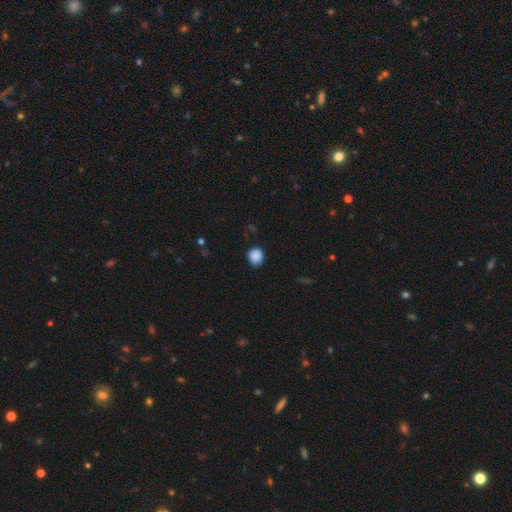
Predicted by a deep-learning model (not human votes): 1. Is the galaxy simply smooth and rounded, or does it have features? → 88% smooth, 9% star or artifact, 3% featured or disk.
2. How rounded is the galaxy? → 77% round, 22% in between, 1% cigar-shaped.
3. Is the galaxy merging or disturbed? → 81% none, 15% minor disturbance, 3% major disturbance, 1% merger.